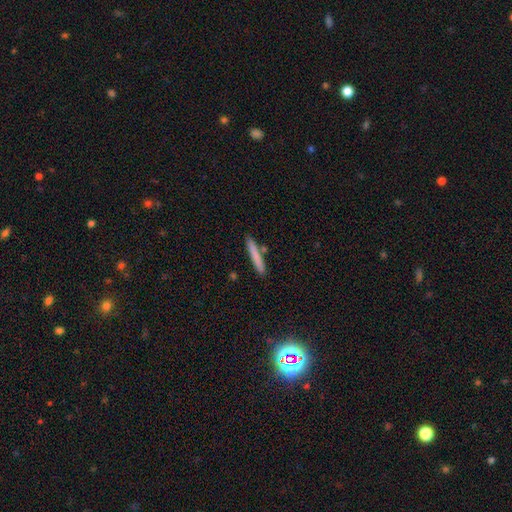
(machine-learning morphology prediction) Smooth or featured?
  - smooth: 77% *
  - featured or disk: 17%
  - star or artifact: 6%
How rounded?
  - cigar-shaped: 95% *
  - in between: 3%
  - round: 1%
Merging?
  - none: 85% *
  - minor disturbance: 8%
  - merger: 5%
  - major disturbance: 2%